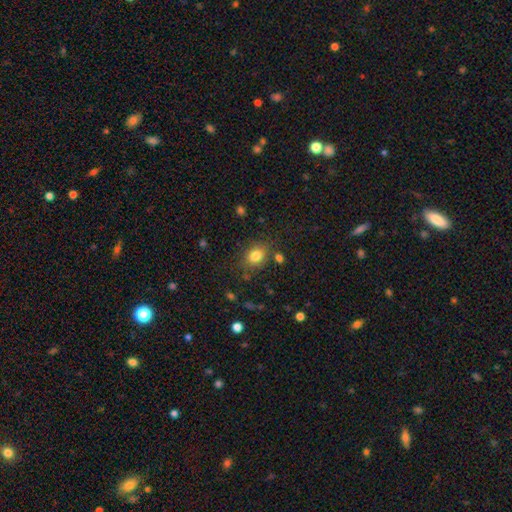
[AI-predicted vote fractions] smooth_or_featured: smooth (p=0.81) [alt: star or artifact p=0.11]
how_rounded: in between (p=0.53) [alt: round p=0.46]
merging: none (p=0.75) [alt: minor disturbance p=0.14]